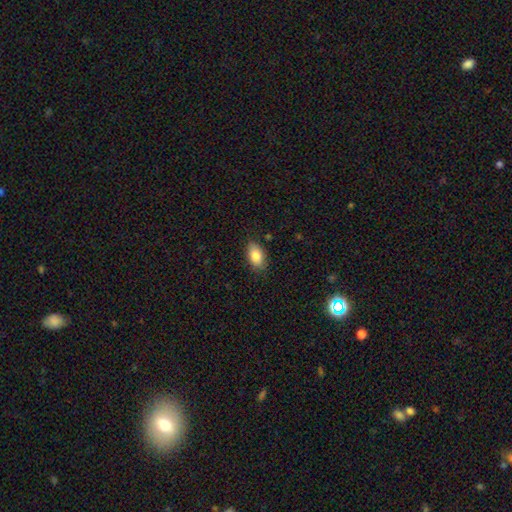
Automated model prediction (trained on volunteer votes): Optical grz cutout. It shows a smooth galaxy with no disk features (84%) that is in between round and cigar-shaped (91%). Merging: none (84%).